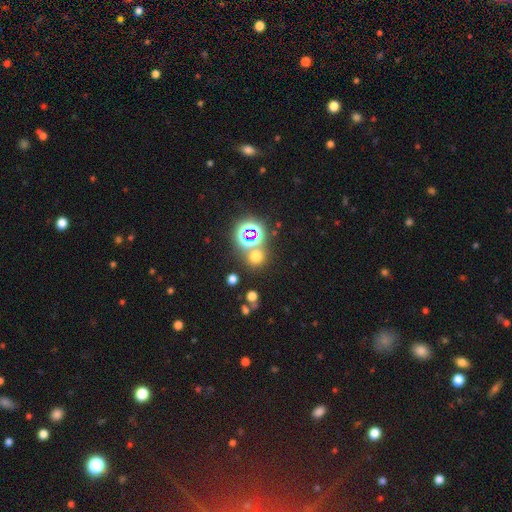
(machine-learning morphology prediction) smooth_or_featured: smooth (p=0.56) [alt: star or artifact p=0.36]
how_rounded: round (p=0.85) [alt: in between p=0.13]
merging: none (p=0.72) [alt: merger p=0.16]